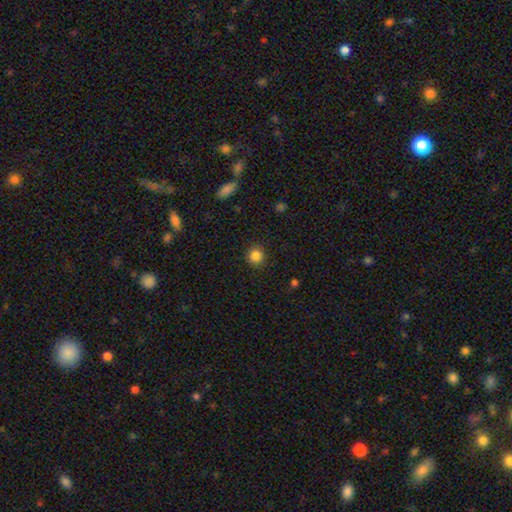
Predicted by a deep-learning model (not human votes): Smooth or featured: smooth — 85% (star or artifact — 11%)
How rounded: round — 91% (in between — 8%)
Merging: none — 90% (minor disturbance — 7%)